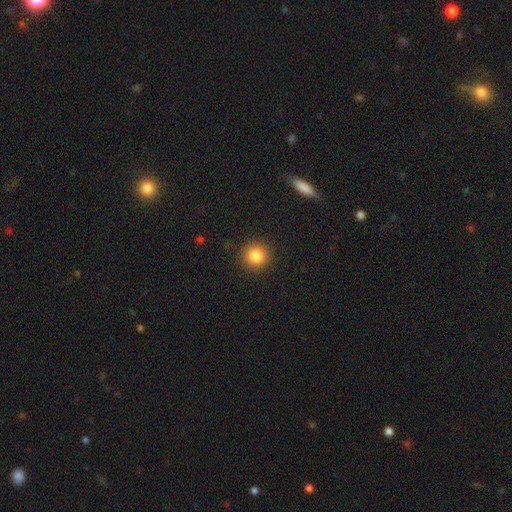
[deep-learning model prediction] Smooth or featured?
  - smooth: 85% *
  - star or artifact: 10%
  - featured or disk: 4%
How rounded?
  - round: 94% *
  - in between: 5%
  - cigar-shaped: 1%
Merging?
  - none: 91% *
  - minor disturbance: 6%
  - major disturbance: 2%
  - merger: 1%